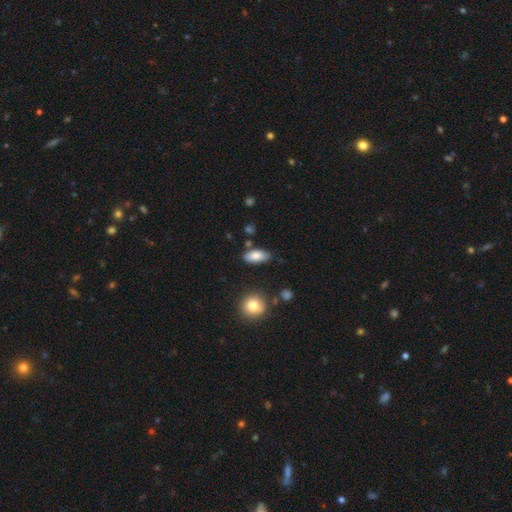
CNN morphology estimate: Smooth or featured?
  - smooth: 82% *
  - featured or disk: 11%
  - star or artifact: 7%
How rounded?
  - in between: 87% *
  - cigar-shaped: 10%
  - round: 3%
Merging?
  - none: 76% *
  - minor disturbance: 17%
  - merger: 3%
  - major disturbance: 3%